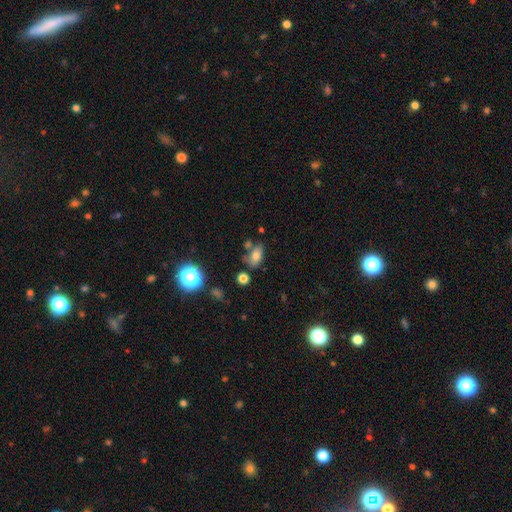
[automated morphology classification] A smooth galaxy with no disk features (73%) that is in between round and cigar-shaped (84%).

Vote fractions:
- Smooth or featured? smooth: 73% / featured or disk: 14% / star or artifact: 13%
- How rounded? in between: 84% / round: 13% / cigar-shaped: 3%
- Merging? none: 51% / minor disturbance: 24% / merger: 14% / major disturbance: 10%